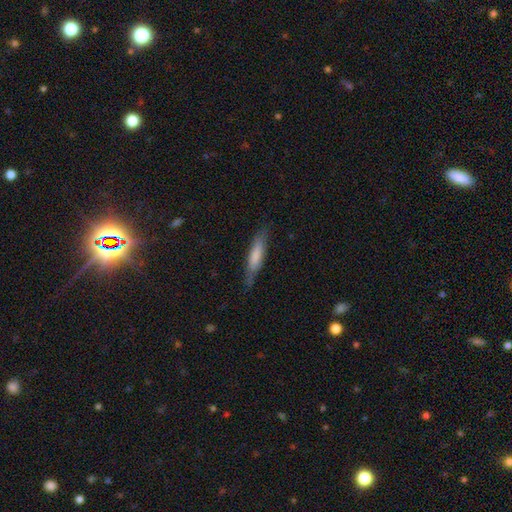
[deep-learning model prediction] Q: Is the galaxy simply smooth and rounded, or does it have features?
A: smooth — 69%.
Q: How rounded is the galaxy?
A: cigar-shaped — 80%.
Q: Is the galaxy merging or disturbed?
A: none — 76%.